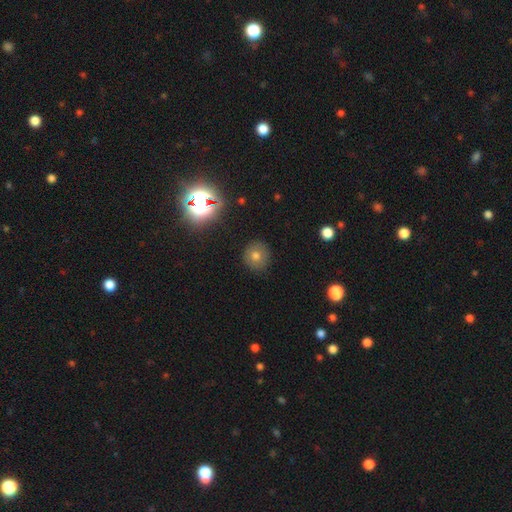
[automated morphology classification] This is likely a smooth galaxy (68%). How rounded: clearly round (90%). Merging: clearly none (87%).